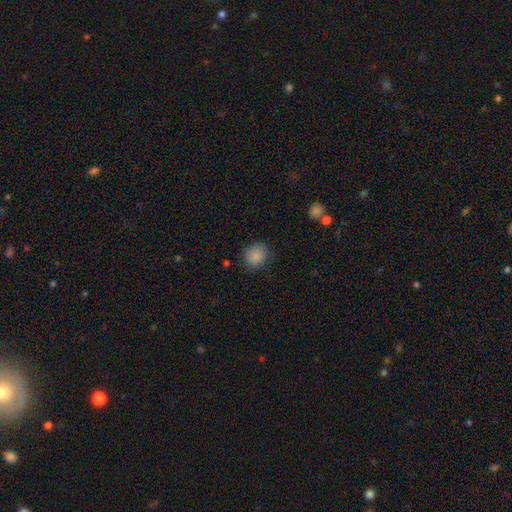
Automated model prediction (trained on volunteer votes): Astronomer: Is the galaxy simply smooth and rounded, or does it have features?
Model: smooth — 86%.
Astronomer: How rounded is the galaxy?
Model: round — 79%.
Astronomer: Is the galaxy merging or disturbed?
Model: none — 83%.